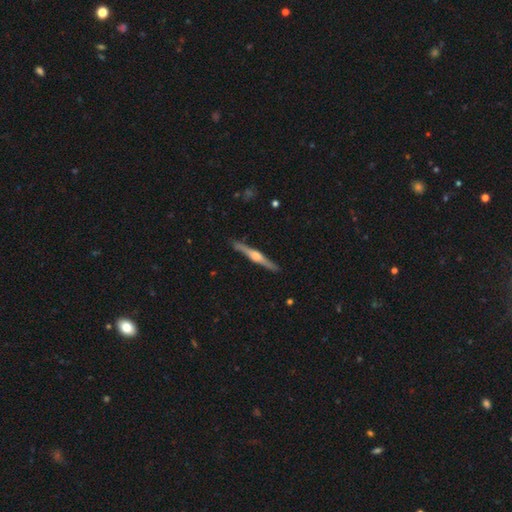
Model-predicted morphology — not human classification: smooth-or-featured: featured or disk: 78% | smooth: 17% | star or artifact: 5%
  disk-edge-on: yes: 98% | no: 2%
    edge-on-bulge: rounded: 90% | boxy: 6% | none: 4%
  merging: none: 91% | minor disturbance: 6% | major disturbance: 1% | merger: 1%